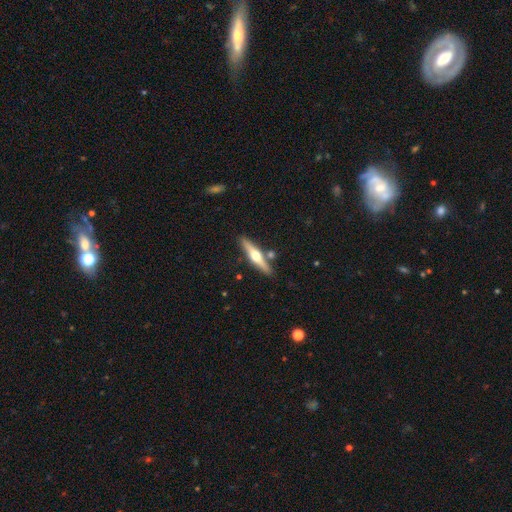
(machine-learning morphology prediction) Smooth or featured? Predicted: featured or disk (p=0.63). Edge-on disk? Predicted: yes (p=0.96). Edge-on bulge? Predicted: rounded (p=0.94). Merging? Predicted: none (p=0.83).